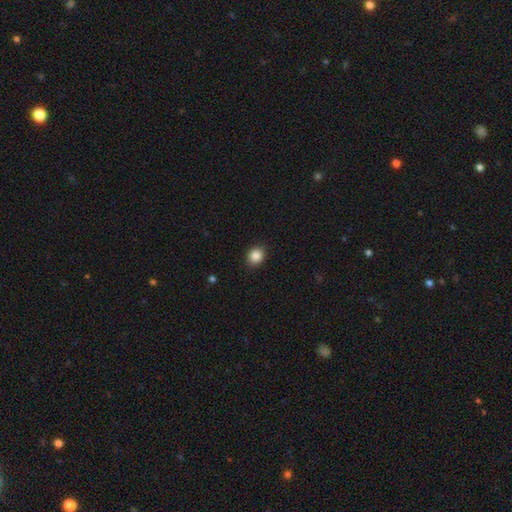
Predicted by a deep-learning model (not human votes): This is clearly a smooth galaxy (86%). How rounded: likely round (67%). Merging: clearly none (89%).